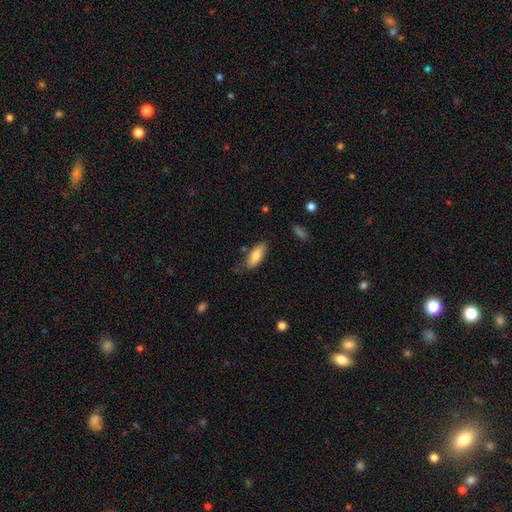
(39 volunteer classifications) Overall: smooth (87%). How rounded: in between (79%). Merging: none (53%; minor disturbance 29%).